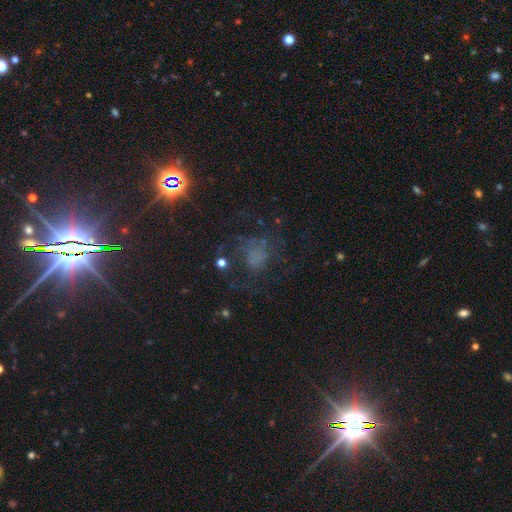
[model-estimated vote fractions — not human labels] This is marginally a smooth galaxy (39%). Merging: possibly none (49%).